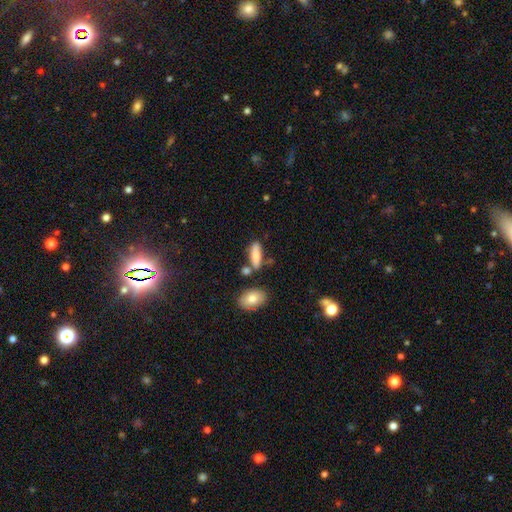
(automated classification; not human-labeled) This appears to be a smooth galaxy with no disk features (77%) that is in between round and cigar-shaped (49%). Merging: none (65%).